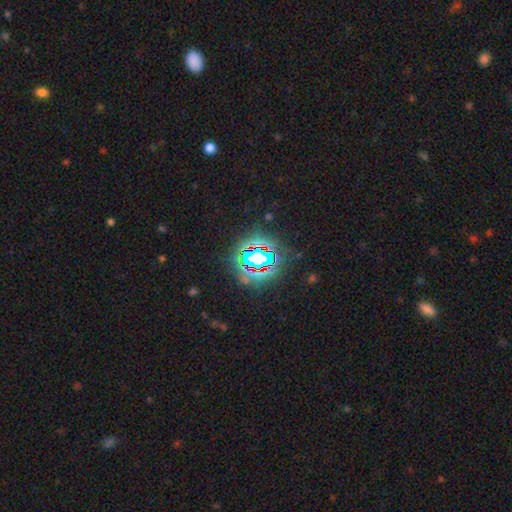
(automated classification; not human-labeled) Smooth or featured? Predicted: star or artifact (p=0.74).